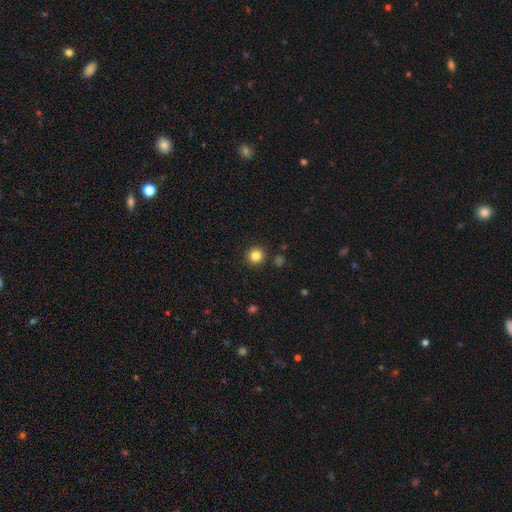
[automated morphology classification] Smooth or featured? Predicted: smooth (p=0.84). How rounded? Predicted: round (p=0.94). Merging? Predicted: none (p=0.91).